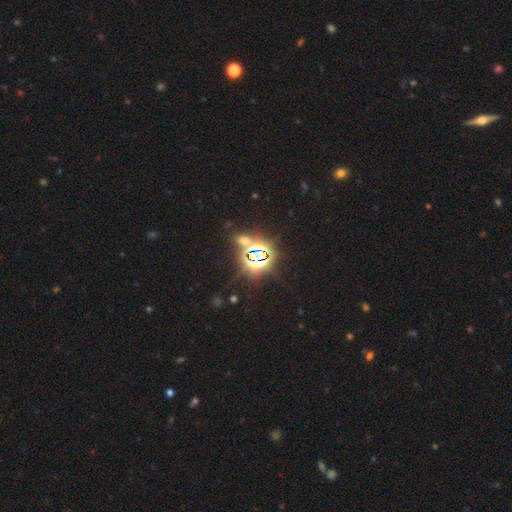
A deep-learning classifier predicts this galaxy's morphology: Smooth or featured? star or artifact (80%)